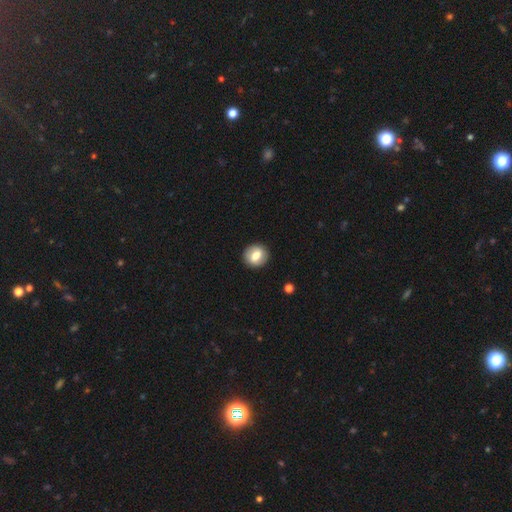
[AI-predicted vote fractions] Q: Smooth or featured?
A: smooth (70%); runner-up: featured or disk (23%)
Q: How rounded?
A: round (78%); runner-up: in between (21%)
Q: Merging?
A: none (89%); runner-up: minor disturbance (7%)